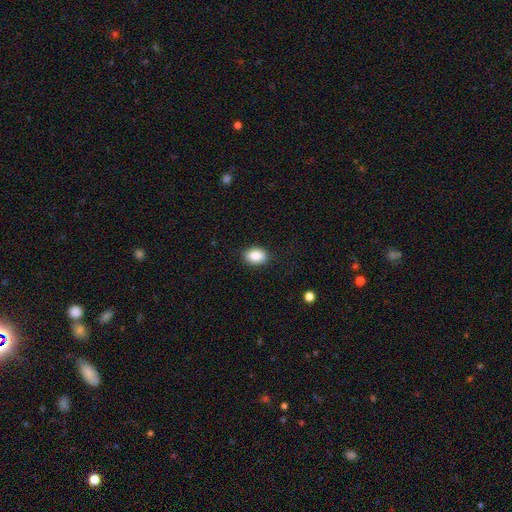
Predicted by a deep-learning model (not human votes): This is clearly a smooth galaxy (87%). How rounded: likely in between (78%). Merging: clearly none (88%).